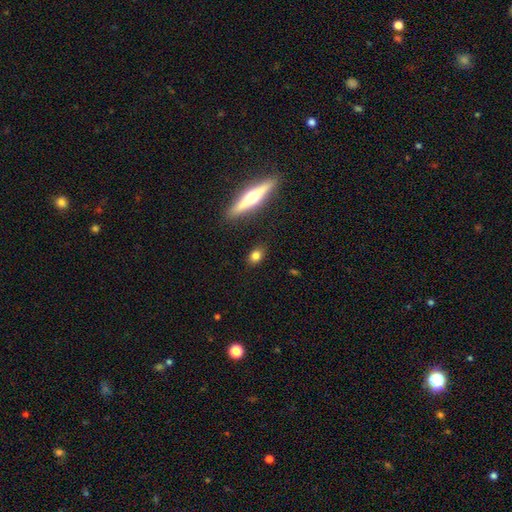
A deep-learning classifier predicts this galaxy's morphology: Smooth or featured: smooth — 78% (featured or disk — 13%)
How rounded: in between — 60% (round — 32%)
Merging: none — 84% (minor disturbance — 10%)